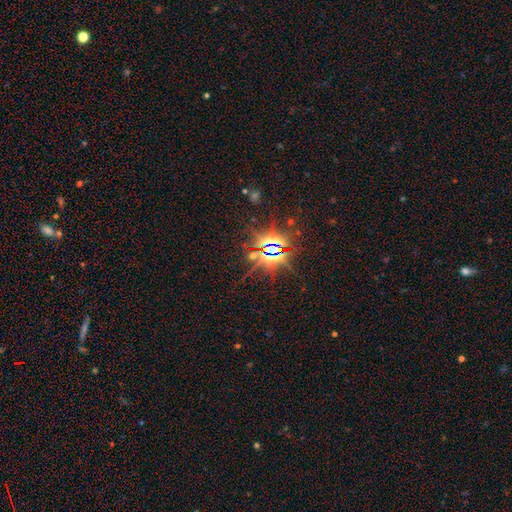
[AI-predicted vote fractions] smooth_or_featured: star or artifact (p=0.85) [alt: featured or disk p=0.08]